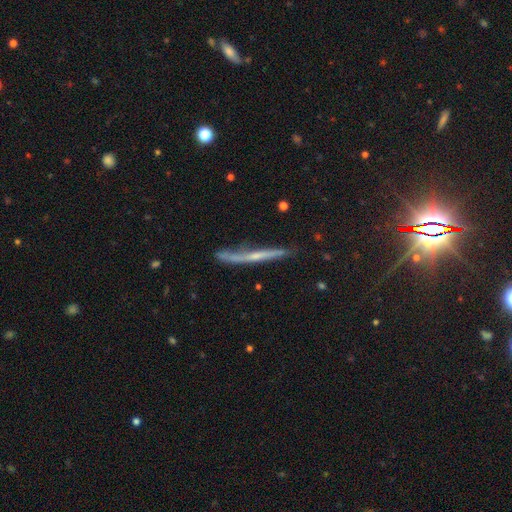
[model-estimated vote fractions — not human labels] A featured or disk galaxy (61%) viewed edge-on (89%) with no central bulge (60%). Merging: none (65%).